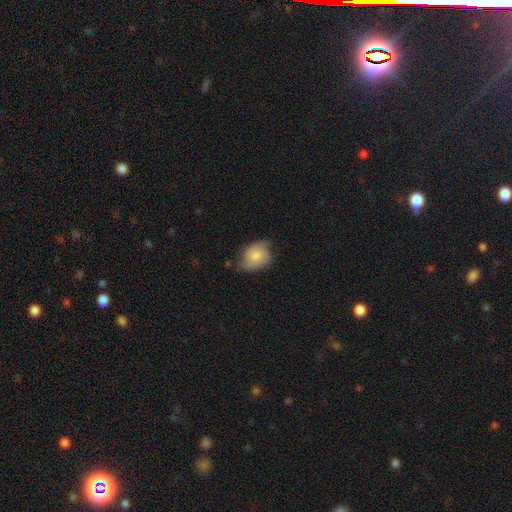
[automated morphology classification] The model was most divided on "how rounded": in between: 54%, round: 45%, cigar-shaped: 1%. Remaining: smooth or featured — smooth (60%); merging — none (50%).